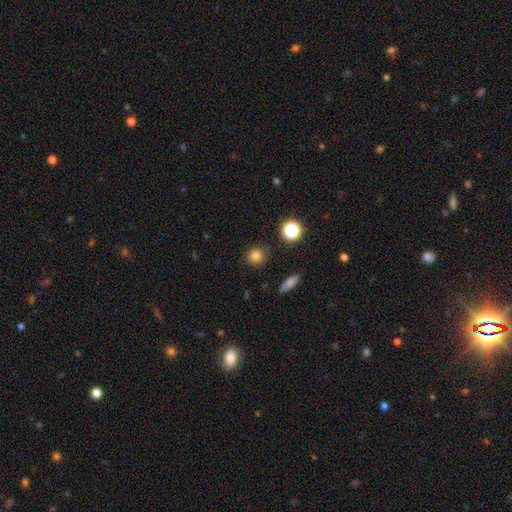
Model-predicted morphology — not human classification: smooth_or_featured: smooth (p=0.80) [alt: star or artifact p=0.14]
how_rounded: round (p=0.91) [alt: in between p=0.08]
merging: none (p=0.89) [alt: minor disturbance p=0.07]